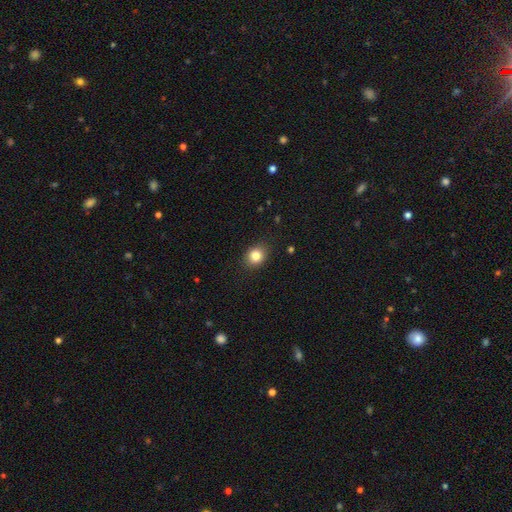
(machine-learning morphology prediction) Smooth or featured: smooth — 83% (star or artifact — 10%)
How rounded: round — 62% (in between — 37%)
Merging: none — 87% (minor disturbance — 10%)